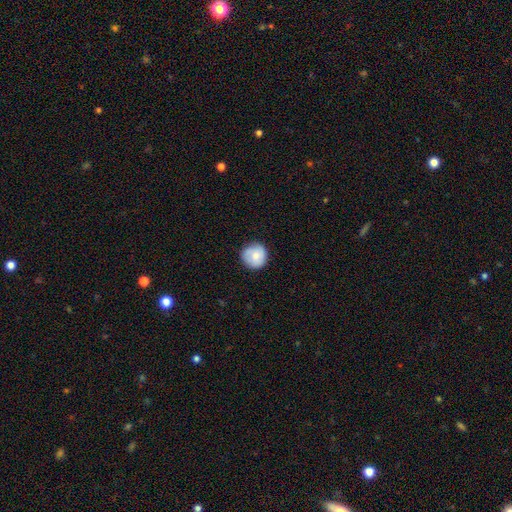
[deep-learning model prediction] This is likely a smooth galaxy (77%). How rounded: clearly round (94%). Merging: clearly none (83%).